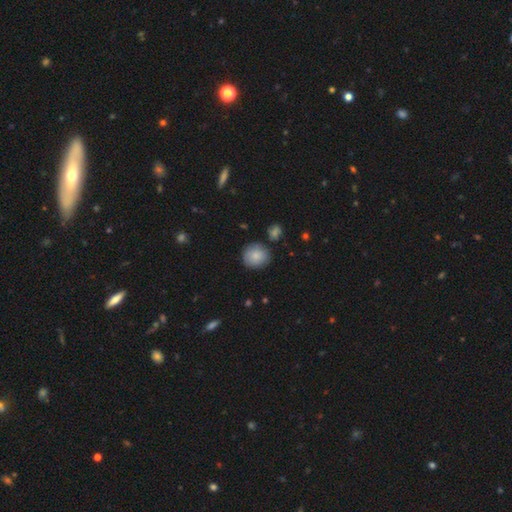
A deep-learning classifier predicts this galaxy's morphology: smooth 85%, featured or disk 8%, star or artifact 7%. Down the decision tree: how rounded — round (86%); merging — none (81%).